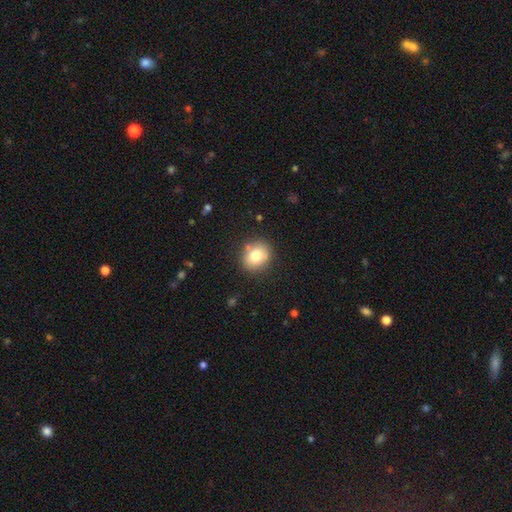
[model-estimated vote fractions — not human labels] A smooth galaxy with no disk features (77%) that is round (66%).

Vote fractions:
- Smooth or featured? smooth: 77% / featured or disk: 13% / star or artifact: 10%
- How rounded? round: 66% / in between: 33% / cigar-shaped: 1%
- Merging? none: 81% / minor disturbance: 12% / merger: 4% / major disturbance: 3%